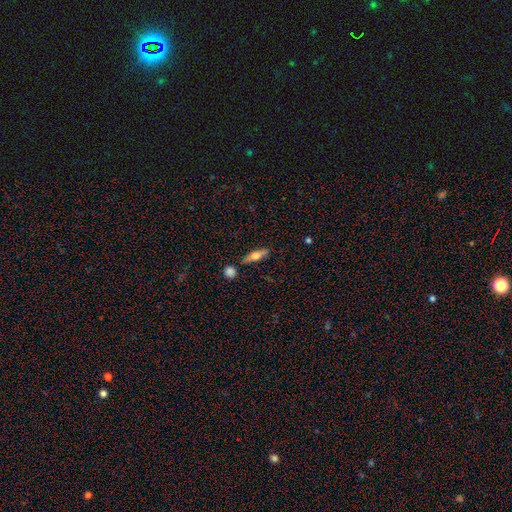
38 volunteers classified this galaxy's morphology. smooth 71%, featured or disk 26%, star or artifact 3%. Down the decision tree: how rounded — cigar-shaped (63%); merging — none (81%).